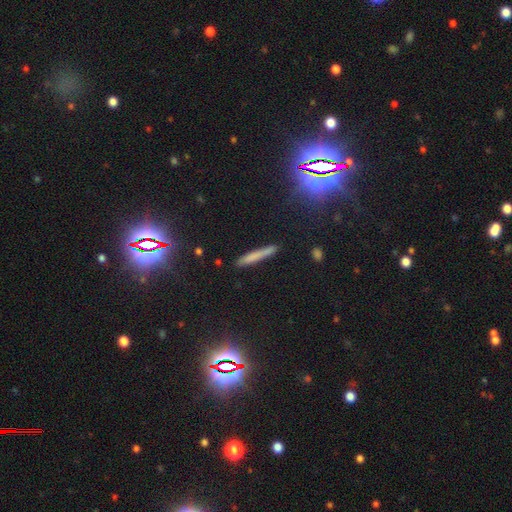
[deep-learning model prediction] A smooth galaxy with no disk features (64%) that is cigar-shaped (94%). Merging: none (86%).